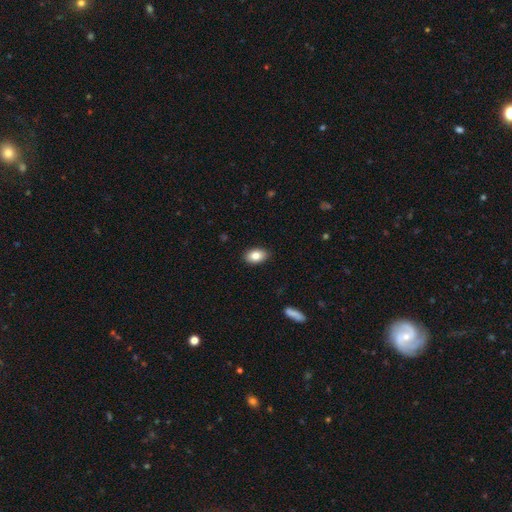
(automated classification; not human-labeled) smooth_or_featured: smooth (p=0.84) [alt: featured or disk p=0.09]
how_rounded: in between (p=0.90) [alt: round p=0.09]
merging: none (p=0.89) [alt: minor disturbance p=0.08]